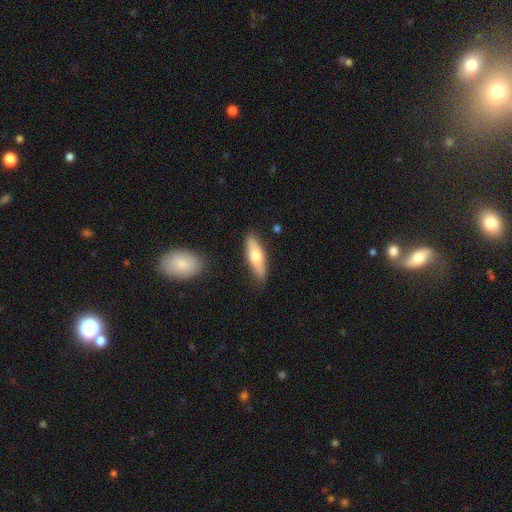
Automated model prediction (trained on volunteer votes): Morphology: type=smooth (62%); roundness=cigar-shaped (55%); merging=none (83%).